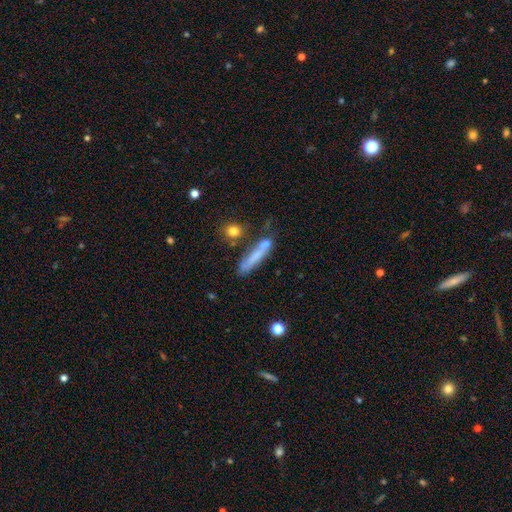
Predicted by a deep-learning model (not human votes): Morphology: type=smooth (63%); roundness=cigar-shaped (88%); merging=none (60%).